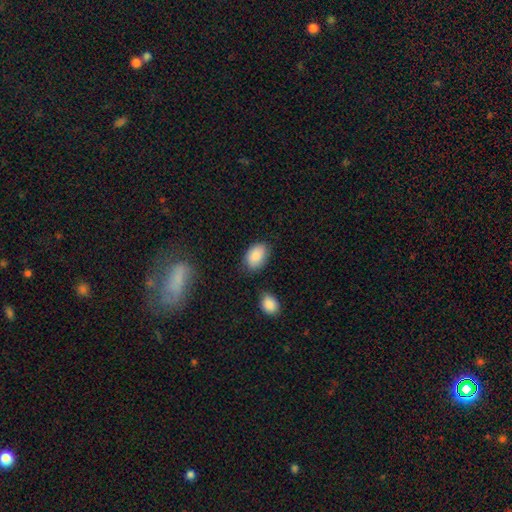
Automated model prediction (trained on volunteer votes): Q: Smooth or featured?
A: smooth (88%); runner-up: star or artifact (7%)
Q: How rounded?
A: in between (86%); runner-up: round (12%)
Q: Merging?
A: none (76%); runner-up: minor disturbance (17%)